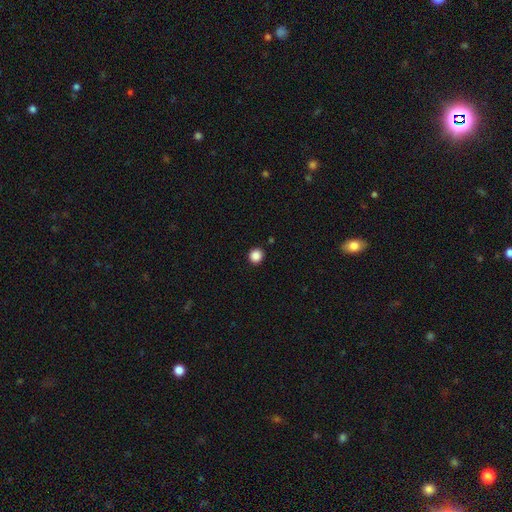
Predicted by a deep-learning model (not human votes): smooth_or_featured: smooth (p=0.87) [alt: star or artifact p=0.10]
how_rounded: round (p=0.92) [alt: in between p=0.07]
merging: none (p=0.92) [alt: minor disturbance p=0.05]